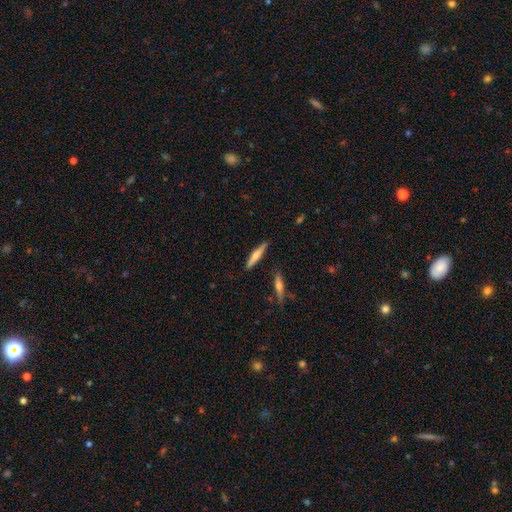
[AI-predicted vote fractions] Overall: smooth (53%; featured or disk 41%). How rounded: cigar-shaped (88%). Merging: none (85%).